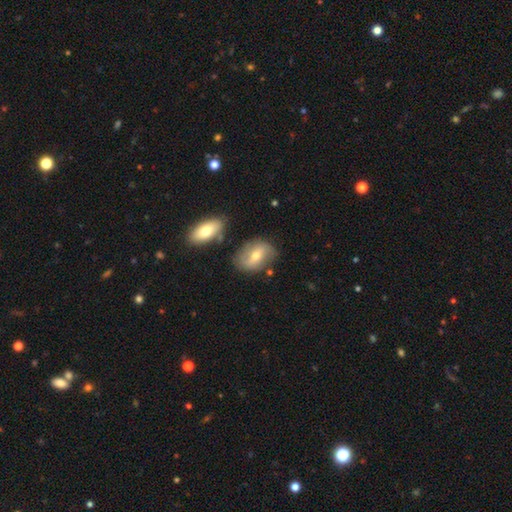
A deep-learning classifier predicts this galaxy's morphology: Smooth or featured? Predicted: featured or disk (p=0.53). Edge-on disk? Predicted: no (p=0.93). Merging? Predicted: none (p=0.71).